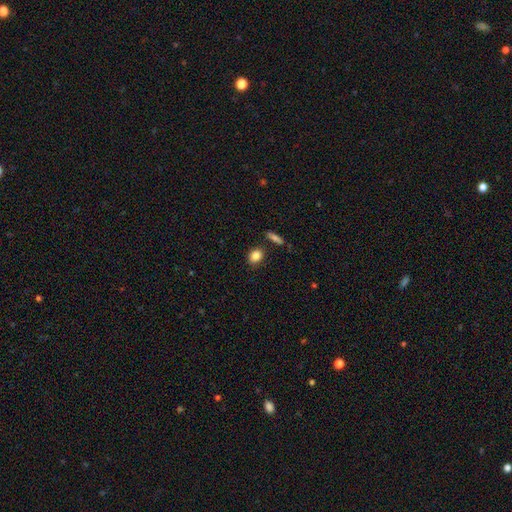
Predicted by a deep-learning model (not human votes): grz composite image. It shows a smooth galaxy with no disk features (86%) that is in between round and cigar-shaped (57%). Merging: none (83%).